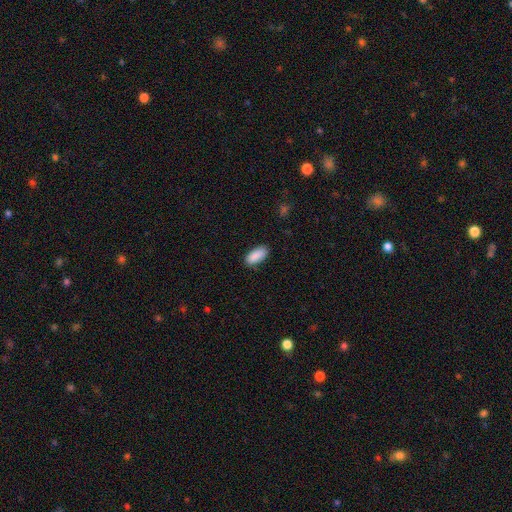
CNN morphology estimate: This appears to be a smooth galaxy with no disk features (90%) that is in between round and cigar-shaped (91%). Merging: none (85%).